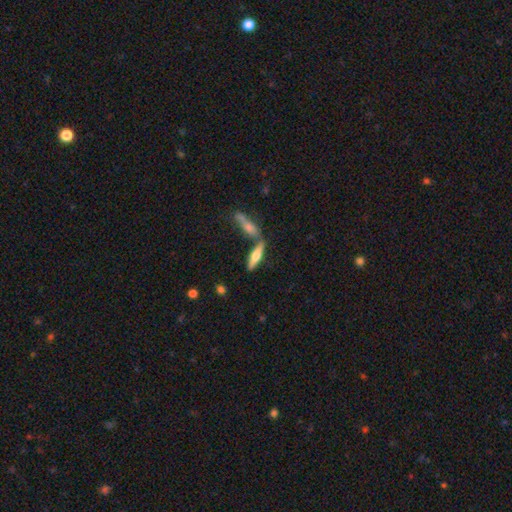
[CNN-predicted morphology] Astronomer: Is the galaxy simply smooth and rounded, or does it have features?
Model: smooth — 49% (runner-up: featured or disk, 44%).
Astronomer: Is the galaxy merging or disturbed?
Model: none — 63%.